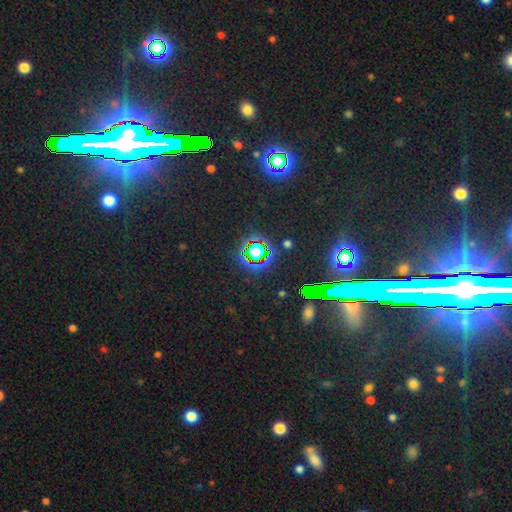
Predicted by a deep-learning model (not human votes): Q: Smooth or featured?
A: star or artifact (83%); runner-up: smooth (9%)